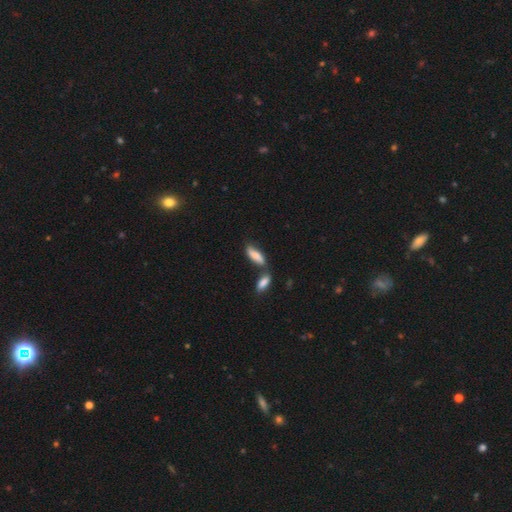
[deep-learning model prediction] Morphology: type=smooth (77%); roundness=in between (59%); merging=none (43%).